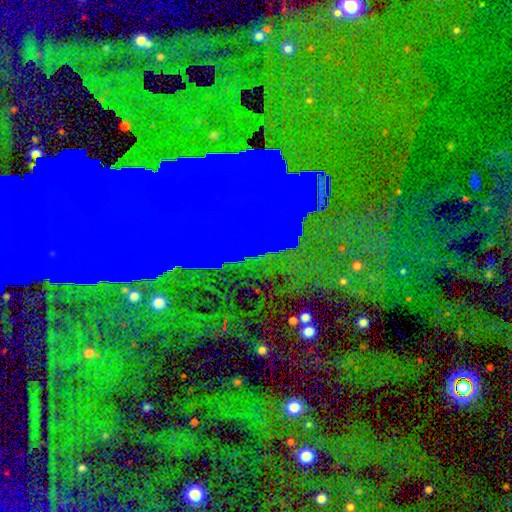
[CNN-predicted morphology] A star or artifact, not a galaxy (77%).

Vote fractions:
- Smooth or featured? star or artifact: 77% / featured or disk: 14% / smooth: 9%